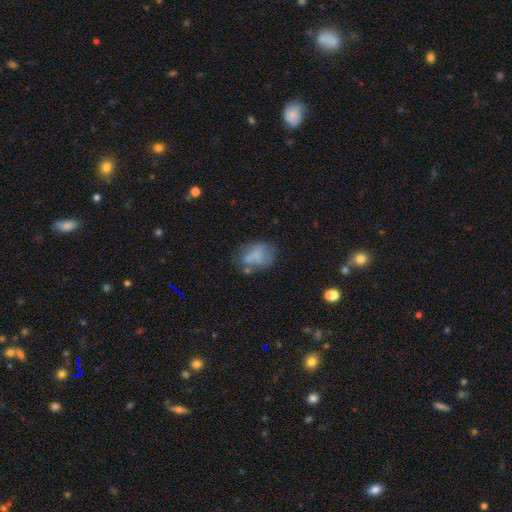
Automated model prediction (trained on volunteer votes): Morphology: type=smooth (64%); roundness=in between (77%); merging=none (43%).